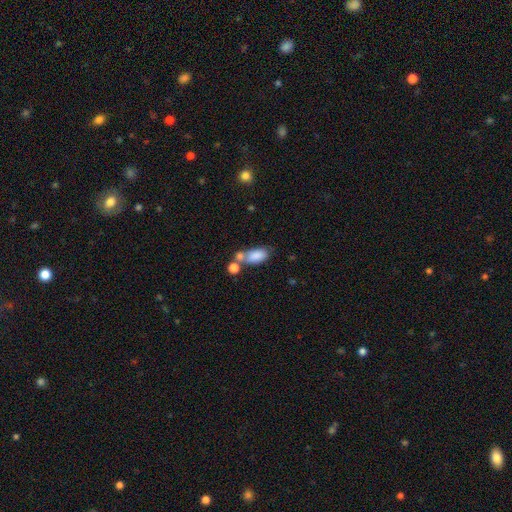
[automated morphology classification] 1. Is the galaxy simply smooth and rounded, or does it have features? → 82% smooth, 10% featured or disk, 8% star or artifact.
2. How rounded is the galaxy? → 88% in between, 7% cigar-shaped, 6% round.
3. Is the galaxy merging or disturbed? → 42% merger, 38% none, 14% minor disturbance, 7% major disturbance.